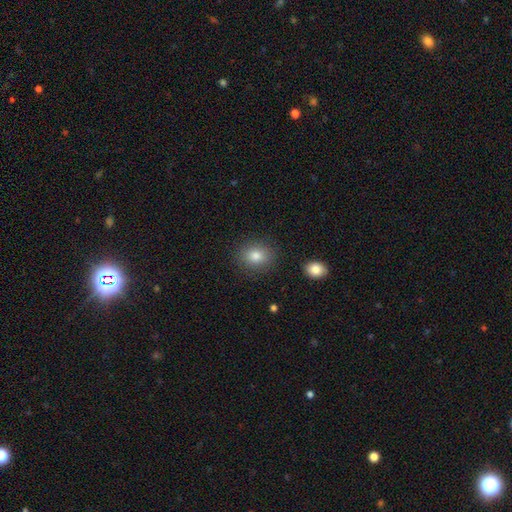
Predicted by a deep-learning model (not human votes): Overall: smooth (83%). How rounded: round (57%; in between 42%). Merging: none (87%).